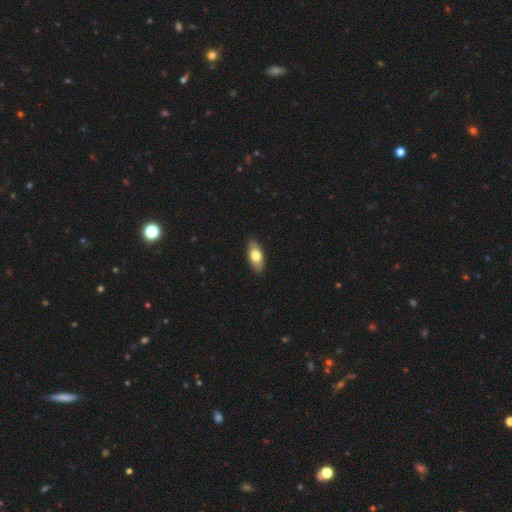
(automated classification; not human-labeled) Q: Smooth or featured?
A: smooth (72%); runner-up: featured or disk (23%)
Q: How rounded?
A: in between (87%); runner-up: cigar-shaped (10%)
Q: Merging?
A: none (89%); runner-up: minor disturbance (9%)